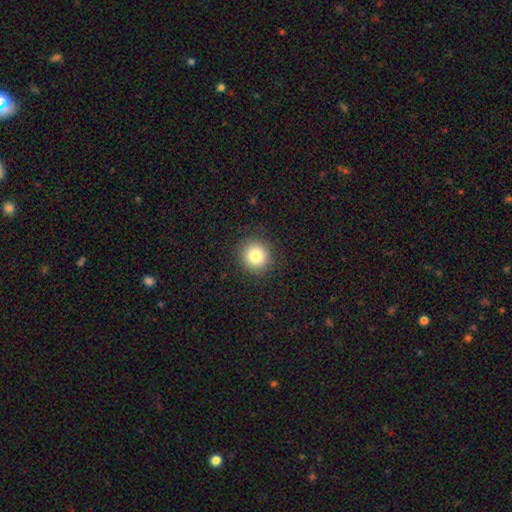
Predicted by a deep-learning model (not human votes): This appears to be a smooth galaxy with no disk features (82%) that is round (93%). Merging: none (91%).